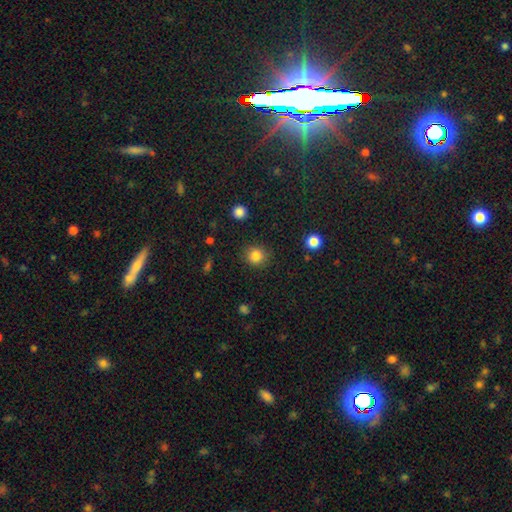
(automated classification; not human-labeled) Overall: smooth (84%). How rounded: round (89%). Merging: none (88%).